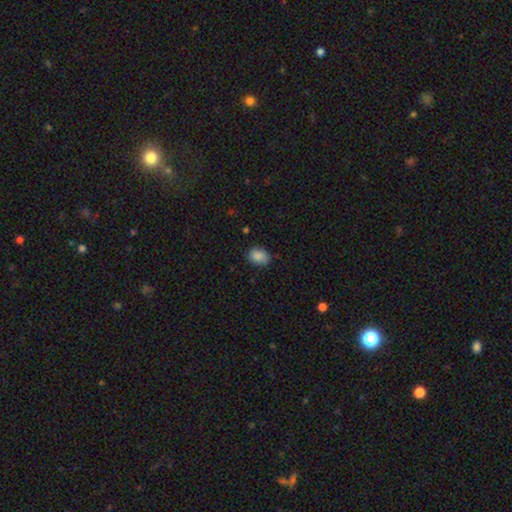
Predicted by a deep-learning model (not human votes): Overall: smooth (86%). How rounded: in between (69%; round 30%). Merging: none (81%).